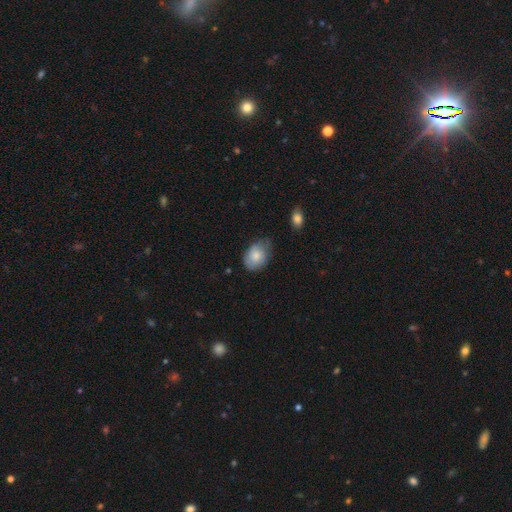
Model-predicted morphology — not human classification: Smooth or featured? Predicted: smooth (p=0.78). How rounded? Predicted: in between (p=0.76). Merging? Predicted: none (p=0.57).